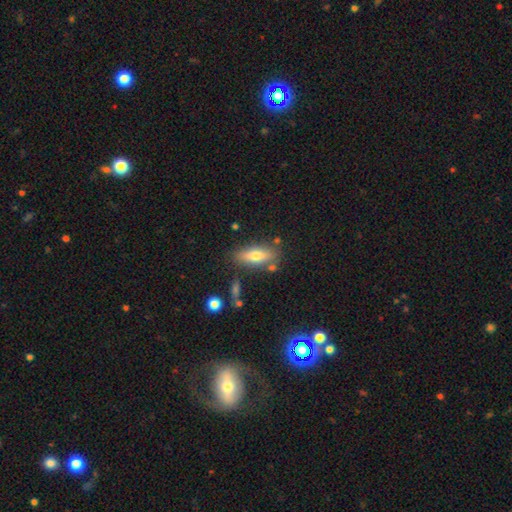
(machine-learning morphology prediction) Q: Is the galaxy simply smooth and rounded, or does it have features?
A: smooth — 62%.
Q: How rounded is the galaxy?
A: in between — 58%.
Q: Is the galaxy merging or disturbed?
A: none — 77%.